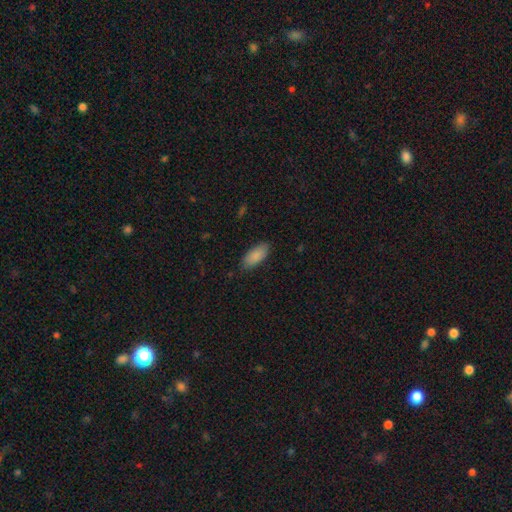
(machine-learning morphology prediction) Smooth or featured? smooth (88%)
How rounded? in between (87%)
Merging? none (82%)